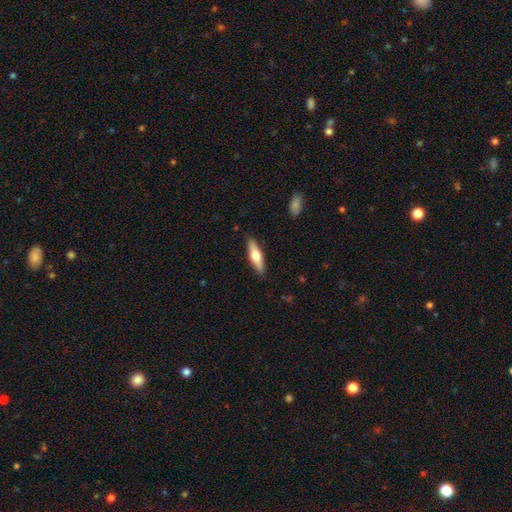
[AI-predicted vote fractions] Smooth or featured: smooth — 53% (featured or disk — 42%)
How rounded: cigar-shaped — 65% (in between — 33%)
Merging: none — 89% (minor disturbance — 8%)